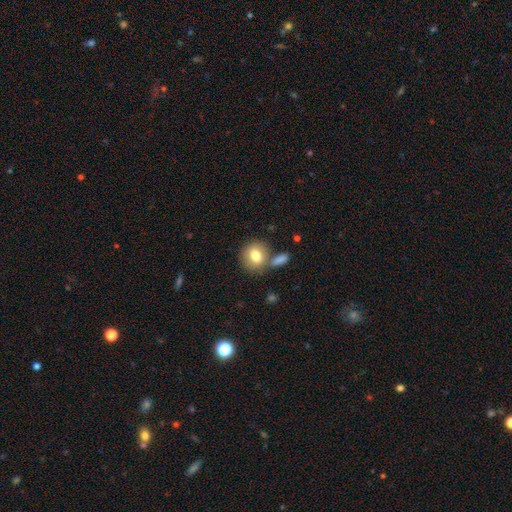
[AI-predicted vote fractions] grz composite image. It shows a smooth galaxy with no disk features (78%) that is round (67%). Merging: none (63%).